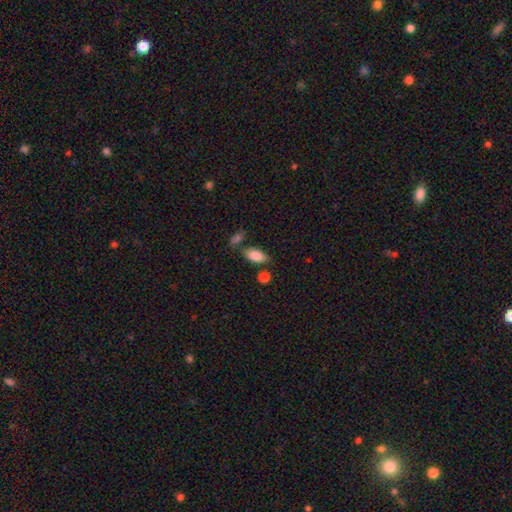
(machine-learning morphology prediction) A smooth galaxy with no disk features (86%) that is in between round and cigar-shaped (91%). Merging: none (69%).